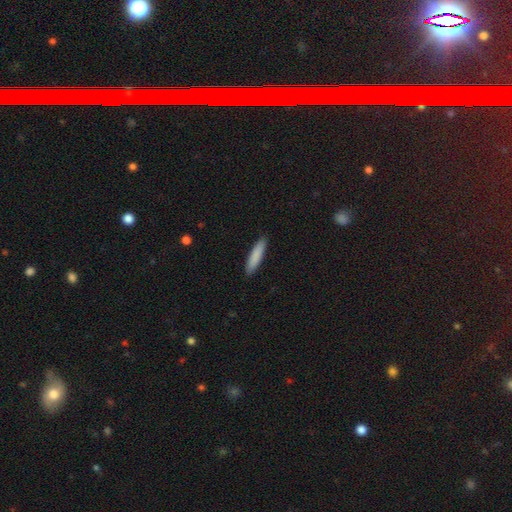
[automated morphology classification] A smooth galaxy with no disk features (86%) that is cigar-shaped (81%). Merging: none (90%).